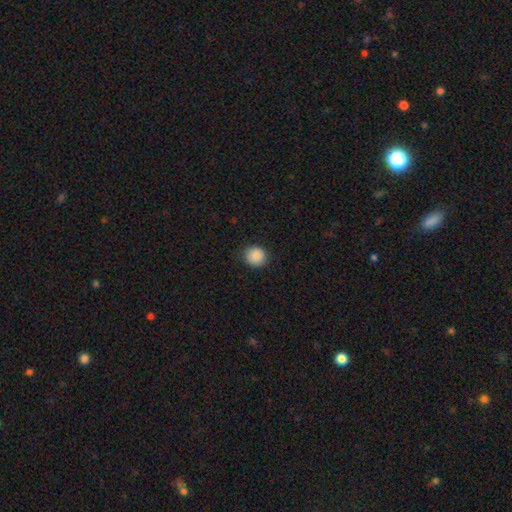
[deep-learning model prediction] Smooth or featured?
  - smooth: 89% *
  - star or artifact: 8%
  - featured or disk: 3%
How rounded?
  - round: 90% *
  - in between: 9%
  - cigar-shaped: 1%
Merging?
  - none: 89% *
  - minor disturbance: 8%
  - major disturbance: 2%
  - merger: 1%